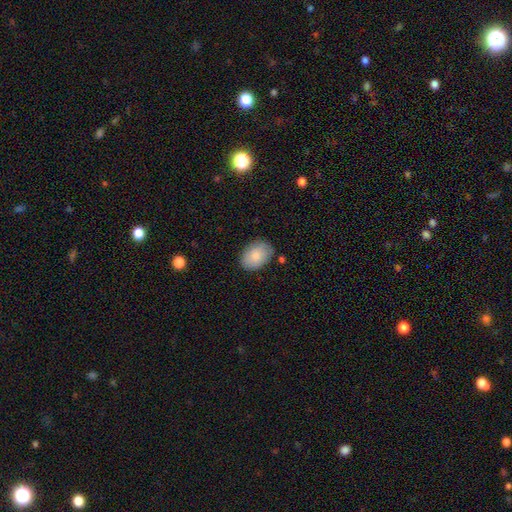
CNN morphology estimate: Smooth or featured? smooth (82%)
How rounded? in between (80%)
Merging? none (79%)